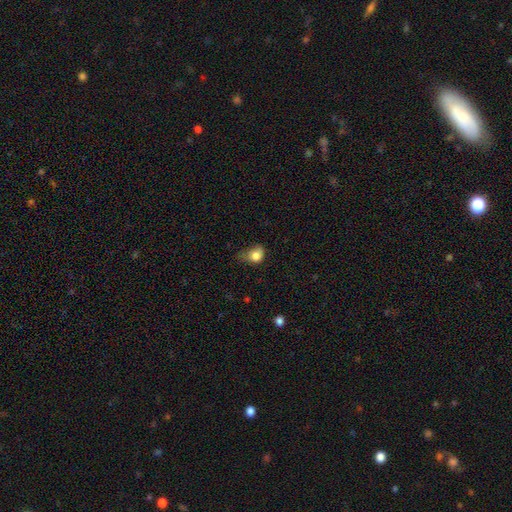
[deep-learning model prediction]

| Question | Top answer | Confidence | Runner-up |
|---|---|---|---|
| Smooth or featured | smooth | 81% | star or artifact (10%) |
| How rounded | in between | 52% | round (46%) |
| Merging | minor disturbance | 43% | major disturbance (27%) |